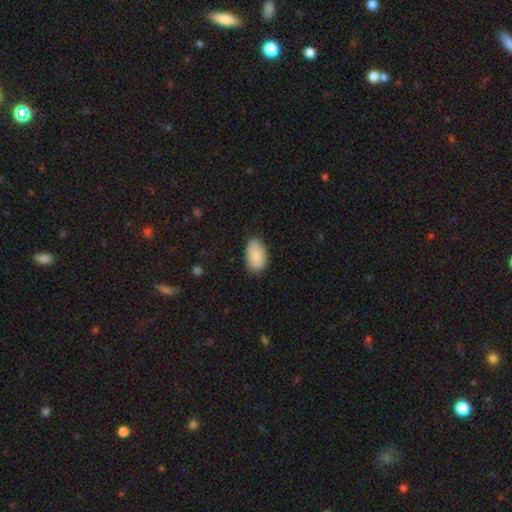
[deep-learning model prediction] A smooth galaxy with no disk features (87%) that is in between round and cigar-shaped (93%). Merging: none (78%).